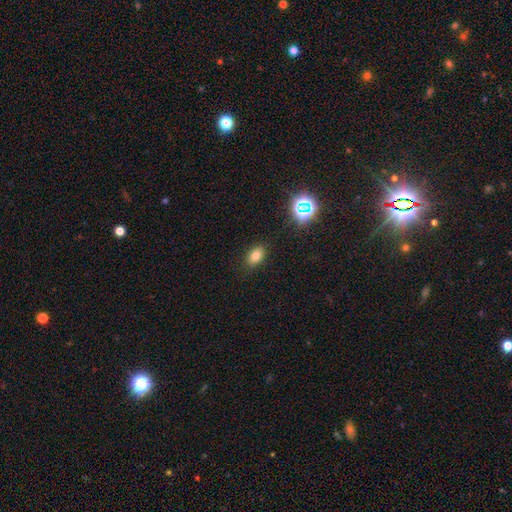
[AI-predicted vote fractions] Overall: smooth (76%). How rounded: in between (84%). Merging: none (86%).